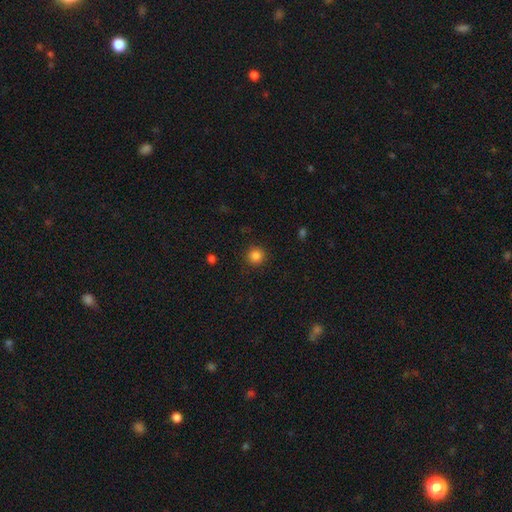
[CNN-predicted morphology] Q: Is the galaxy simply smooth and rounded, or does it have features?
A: smooth — 85%.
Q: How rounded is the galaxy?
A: round — 94%.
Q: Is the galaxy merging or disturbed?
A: none — 90%.